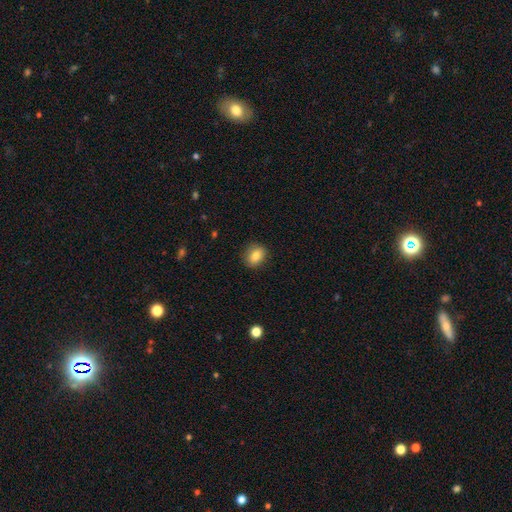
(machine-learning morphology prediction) smooth 81%, featured or disk 9%, star or artifact 9%. Down the decision tree: how rounded — round (51%); merging — none (87%).